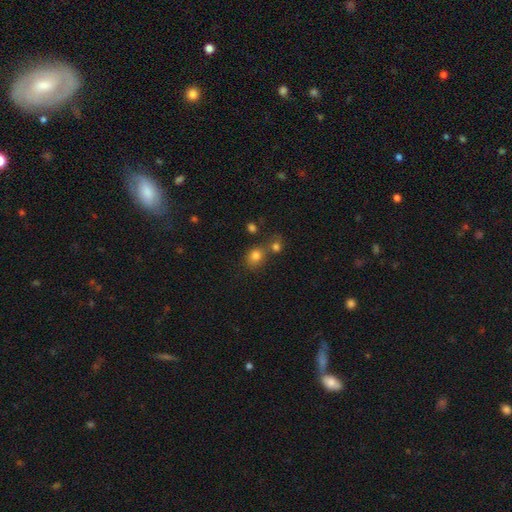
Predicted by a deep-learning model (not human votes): This appears to be a smooth galaxy with no disk features (79%) that is round (64%). Merging: none (53%).